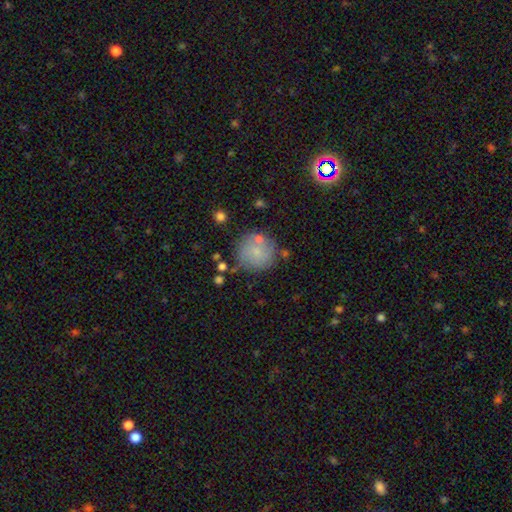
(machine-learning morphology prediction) type=smooth (71%); roundness=round (93%); merging=none (70%).